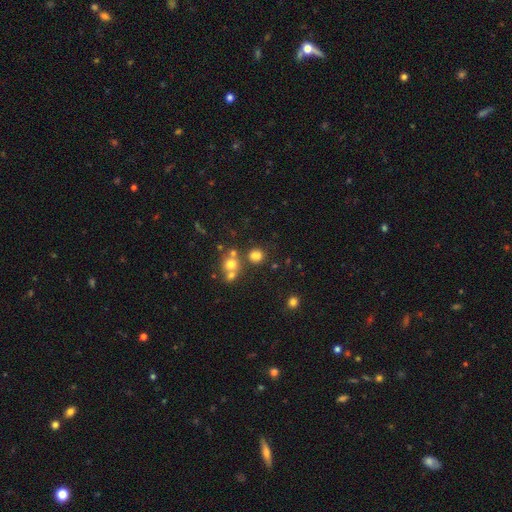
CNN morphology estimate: The model was most divided on "merging": none: 65%, merger: 21%, minor disturbance: 10%, major disturbance: 4%. More confident: how rounded — round (83%); smooth or featured — smooth (72%).